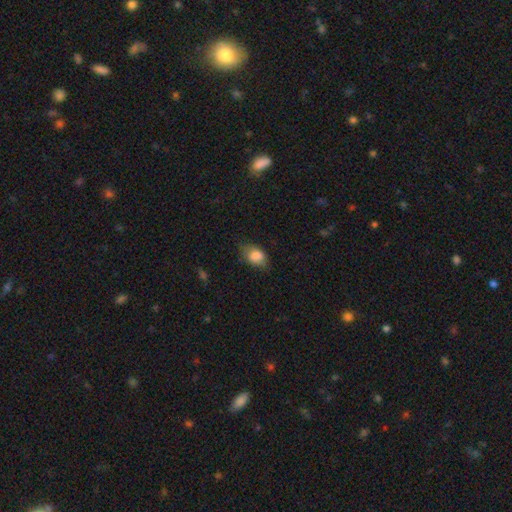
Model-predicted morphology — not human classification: smooth_or_featured: smooth (p=0.83) [alt: featured or disk p=0.09]
how_rounded: in between (p=0.84) [alt: round p=0.14]
merging: none (p=0.65) [alt: minor disturbance p=0.26]